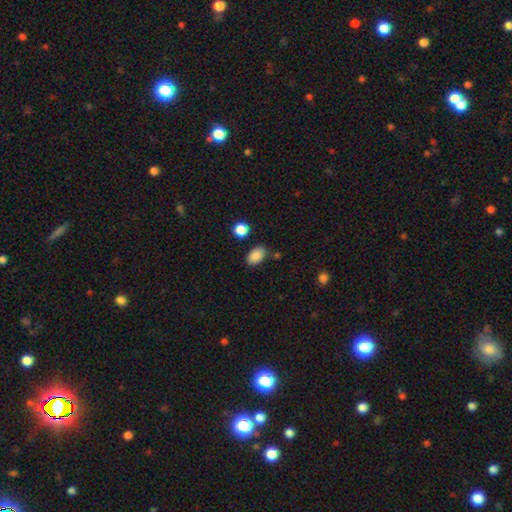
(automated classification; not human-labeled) Smooth or featured?
  - smooth: 87% *
  - star or artifact: 9%
  - featured or disk: 4%
How rounded?
  - in between: 87% *
  - round: 11%
  - cigar-shaped: 1%
Merging?
  - none: 81% *
  - minor disturbance: 12%
  - merger: 4%
  - major disturbance: 3%